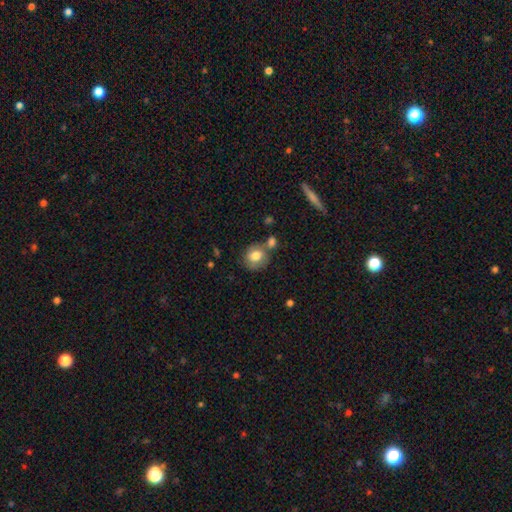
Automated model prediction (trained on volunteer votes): Smooth or featured?
  - smooth: 78% *
  - featured or disk: 13%
  - star or artifact: 8%
How rounded?
  - round: 82% *
  - in between: 17%
  - cigar-shaped: 1%
Merging?
  - none: 61% *
  - merger: 18%
  - minor disturbance: 16%
  - major disturbance: 5%